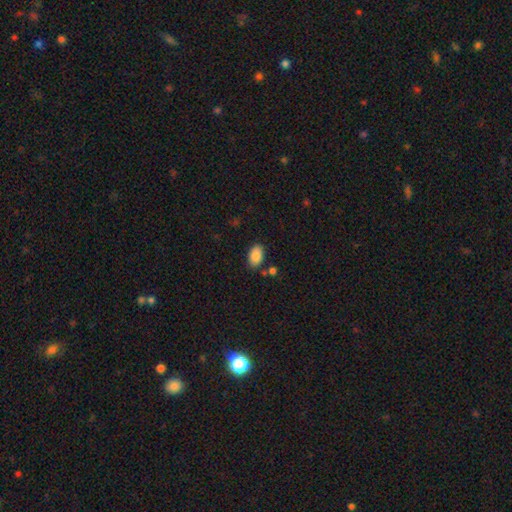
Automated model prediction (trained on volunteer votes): Q: Smooth or featured?
A: smooth (88%); runner-up: star or artifact (7%)
Q: How rounded?
A: in between (92%); runner-up: round (7%)
Q: Merging?
A: none (80%); runner-up: minor disturbance (12%)